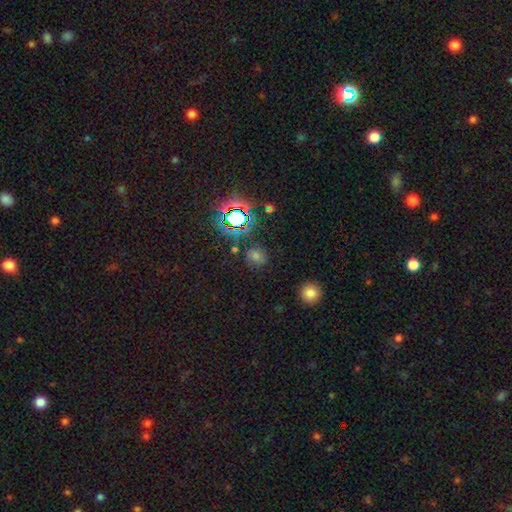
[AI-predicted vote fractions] This appears to be a smooth galaxy with no disk features (48%). Merging: none (79%).